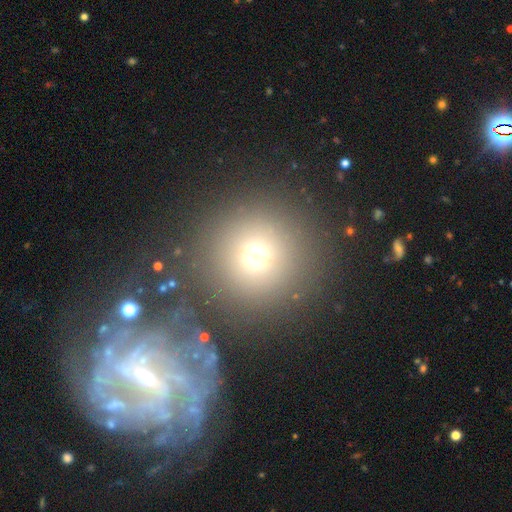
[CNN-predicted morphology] A smooth galaxy with no disk features (63%) that is round (94%).

Vote fractions:
- Smooth or featured? smooth: 63% / star or artifact: 20% / featured or disk: 16%
- How rounded? round: 94% / in between: 5% / cigar-shaped: 1%
- Merging? none: 78% / minor disturbance: 9% / merger: 8% / major disturbance: 6%